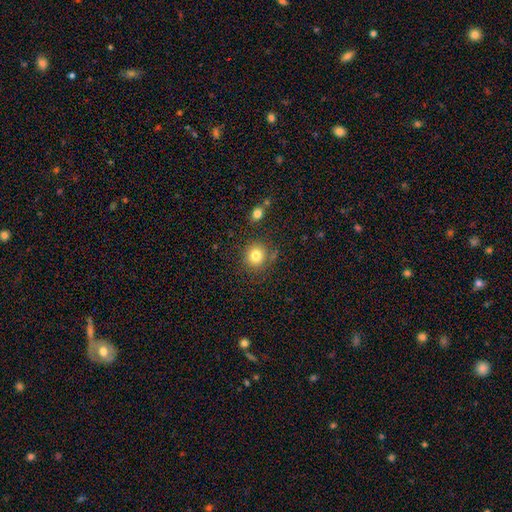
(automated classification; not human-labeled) This is clearly a smooth galaxy (82%). How rounded: clearly round (87%). Merging: clearly none (81%).